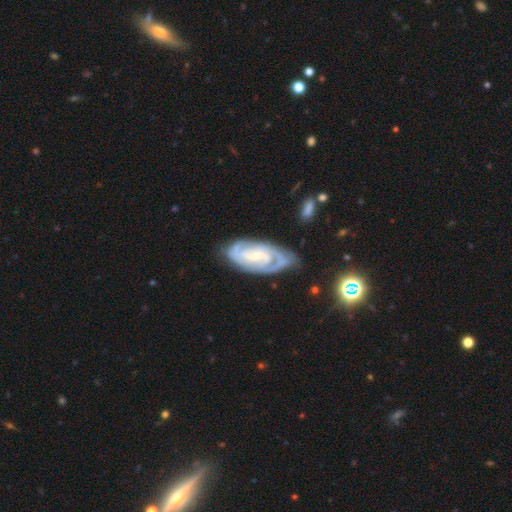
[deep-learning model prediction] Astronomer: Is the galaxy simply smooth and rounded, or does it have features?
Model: featured or disk — 86%.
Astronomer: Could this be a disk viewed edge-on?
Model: no — 95%.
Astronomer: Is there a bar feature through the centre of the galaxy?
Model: no — 49% (runner-up: weak, 39%).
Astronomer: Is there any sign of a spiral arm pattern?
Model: yes — 96%.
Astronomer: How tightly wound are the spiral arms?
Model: tight — 65%.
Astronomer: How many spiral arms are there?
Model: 2 — 55%.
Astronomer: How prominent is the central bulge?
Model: small — 67%.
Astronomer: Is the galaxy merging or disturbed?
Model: none — 71%.